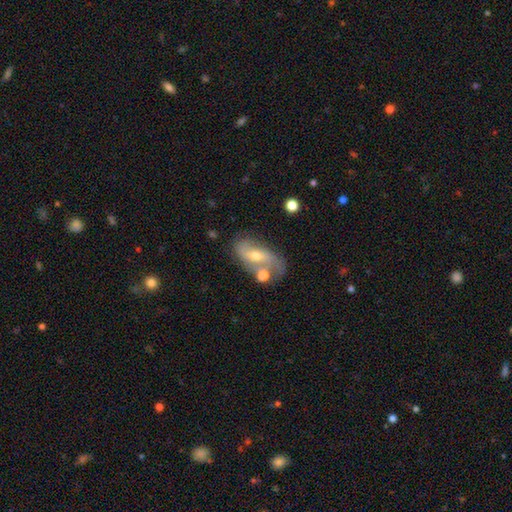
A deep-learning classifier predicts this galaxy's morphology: smooth_or_featured: featured or disk (p=0.64) [alt: smooth p=0.28]
disk_edge_on: no (p=0.89) [alt: yes p=0.11]
bar: no (p=0.42) [alt: weak p=0.37]
has_spiral_arms: yes (p=0.78) [alt: no p=0.22]
bulge_size: moderate (p=0.53) [alt: small p=0.43]
merging: none (p=0.50) [alt: minor disturbance p=0.21]